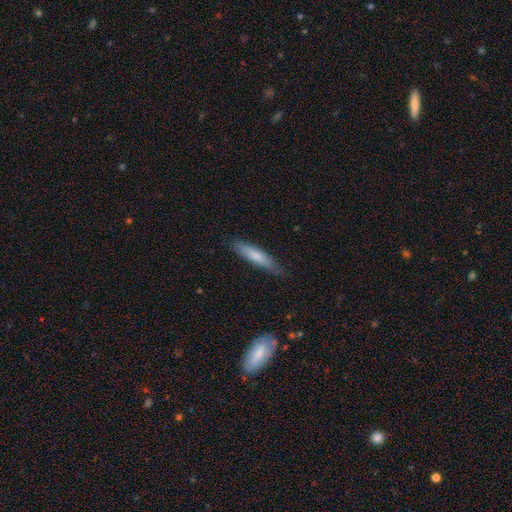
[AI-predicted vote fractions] A smooth galaxy with no disk features (77%) that is cigar-shaped (84%). Merging: none (82%).